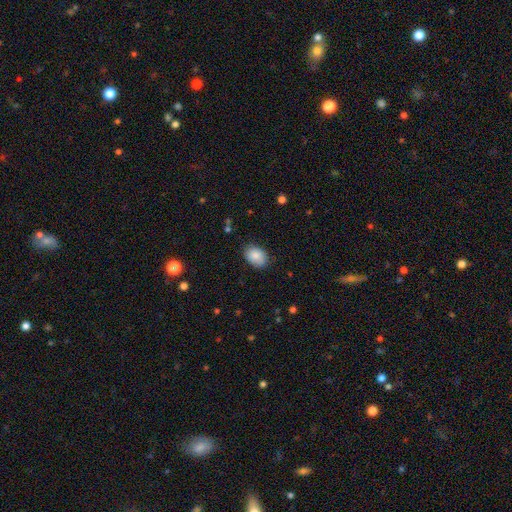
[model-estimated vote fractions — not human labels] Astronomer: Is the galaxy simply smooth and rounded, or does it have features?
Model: smooth — 85%.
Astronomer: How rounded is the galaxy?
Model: in between — 77%.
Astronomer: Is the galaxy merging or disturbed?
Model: none — 80%.